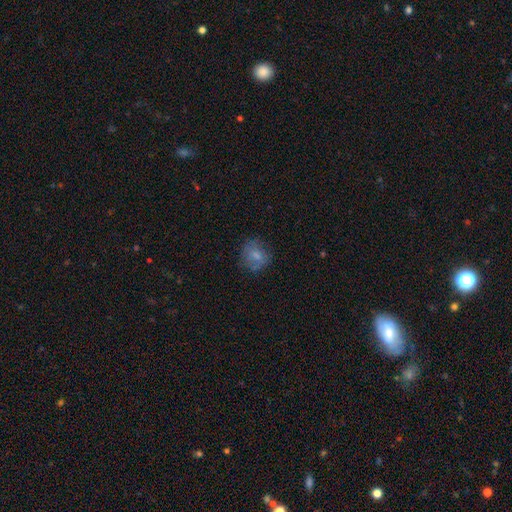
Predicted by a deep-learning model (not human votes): smooth_or_featured: smooth (p=0.69) [alt: featured or disk p=0.21]
how_rounded: round (p=0.71) [alt: in between p=0.28]
merging: none (p=0.66) [alt: minor disturbance p=0.21]